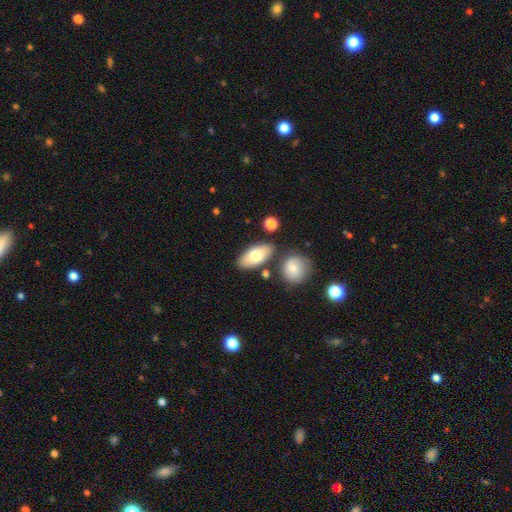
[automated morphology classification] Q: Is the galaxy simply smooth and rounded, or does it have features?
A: smooth — 75%.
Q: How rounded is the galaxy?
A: in between — 89%.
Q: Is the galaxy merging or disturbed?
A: none — 77%.